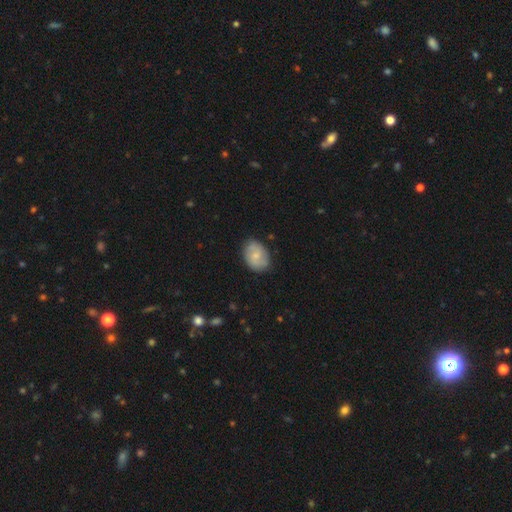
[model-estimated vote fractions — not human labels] Overall: smooth (62%; featured or disk 32%). How rounded: in between (72%). Merging: none (79%).